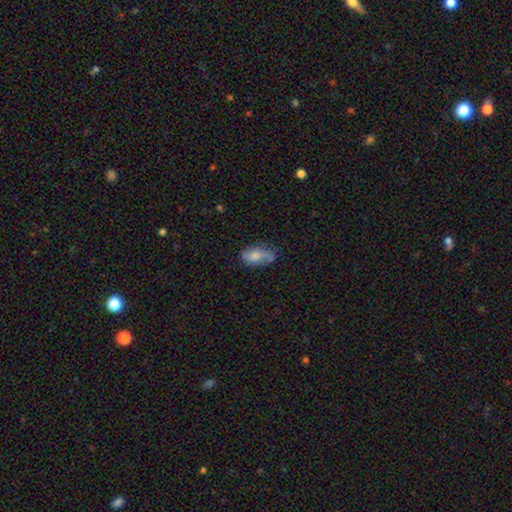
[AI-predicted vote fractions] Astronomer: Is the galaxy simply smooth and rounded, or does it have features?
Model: smooth — 59%.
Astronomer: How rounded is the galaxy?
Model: in between — 89%.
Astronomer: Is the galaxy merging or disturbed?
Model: none — 64%.